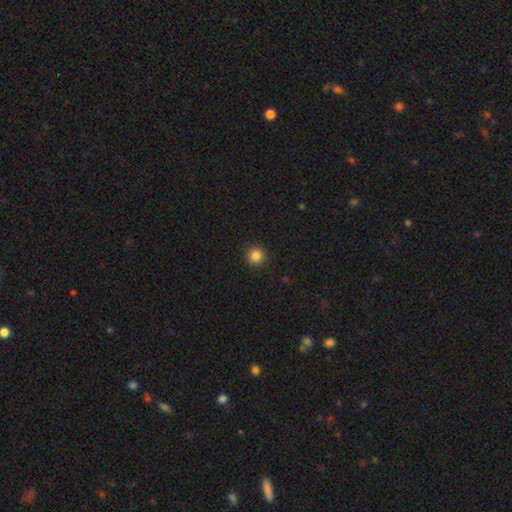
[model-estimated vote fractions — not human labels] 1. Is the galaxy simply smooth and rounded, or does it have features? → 85% smooth, 12% star or artifact, 4% featured or disk.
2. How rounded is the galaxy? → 93% round, 6% in between, 1% cigar-shaped.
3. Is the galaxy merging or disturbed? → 91% none, 6% minor disturbance, 2% major disturbance, 1% merger.